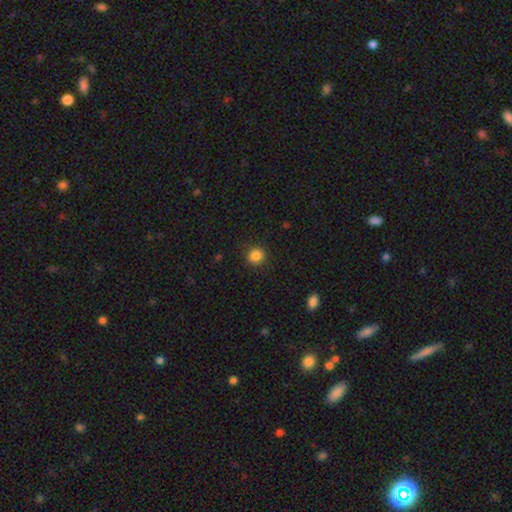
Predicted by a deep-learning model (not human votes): Smooth or featured? smooth (86%)
How rounded? round (91%)
Merging? none (90%)